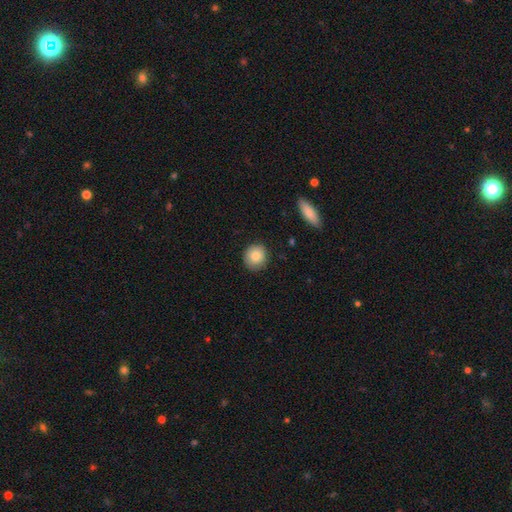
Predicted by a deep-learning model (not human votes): smooth-or-featured: smooth: 83% | featured or disk: 9% | star or artifact: 8%
  how-rounded: round: 88% | in between: 11% | cigar-shaped: 1%
  merging: none: 89% | minor disturbance: 8% | major disturbance: 2% | merger: 1%